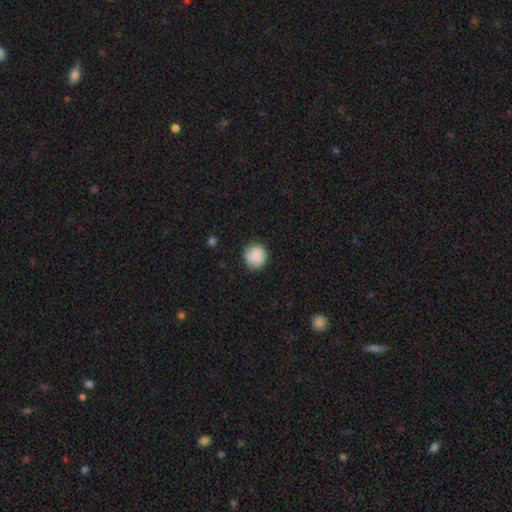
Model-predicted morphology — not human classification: Smooth or featured?
  - smooth: 86% *
  - featured or disk: 7%
  - star or artifact: 7%
How rounded?
  - round: 91% *
  - in between: 8%
  - cigar-shaped: 1%
Merging?
  - none: 84% *
  - minor disturbance: 12%
  - major disturbance: 3%
  - merger: 1%